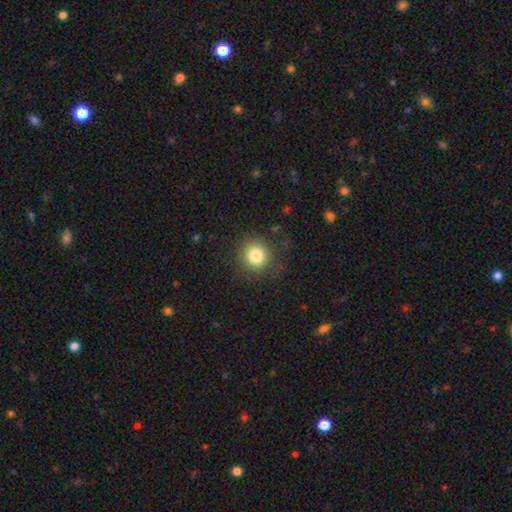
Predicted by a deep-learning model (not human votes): smooth_or_featured: smooth (p=0.81) [alt: star or artifact p=0.11]
how_rounded: round (p=0.90) [alt: in between p=0.09]
merging: none (p=0.87) [alt: minor disturbance p=0.09]